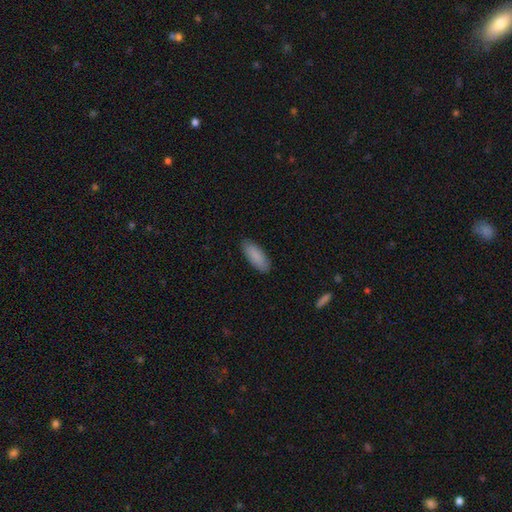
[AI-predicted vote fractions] Smooth or featured? Predicted: smooth (p=0.89). How rounded? Predicted: in between (p=0.74). Merging? Predicted: none (p=0.88).